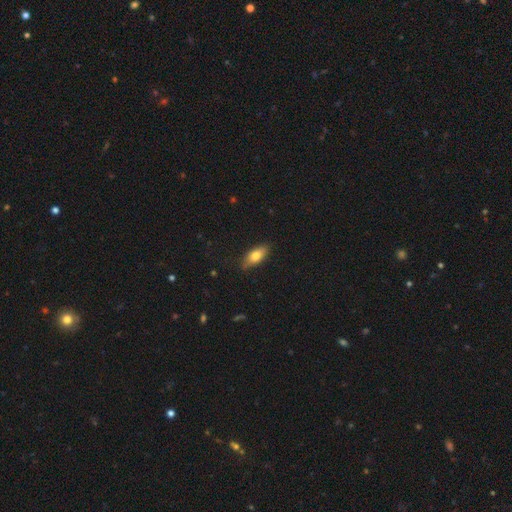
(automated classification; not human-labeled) Morphology: type=smooth (72%); roundness=in between (79%); merging=none (83%).